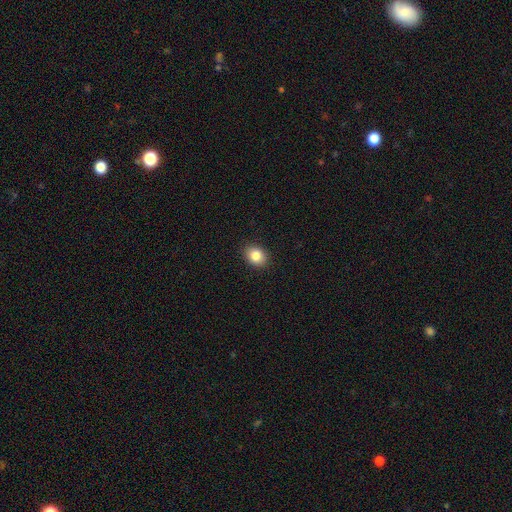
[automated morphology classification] Smooth or featured: smooth — 84% (star or artifact — 9%)
How rounded: in between — 58% (round — 41%)
Merging: none — 90% (minor disturbance — 7%)